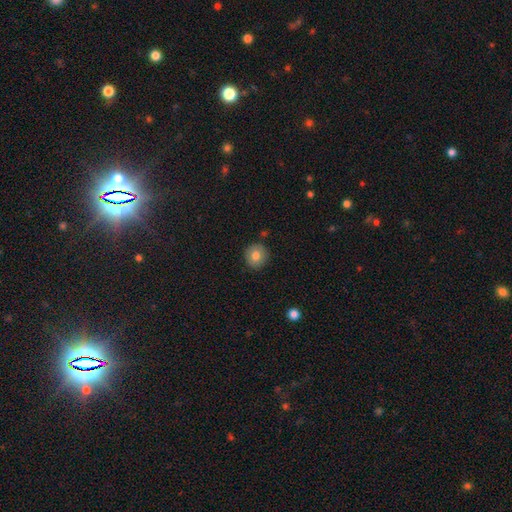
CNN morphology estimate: A smooth galaxy with no disk features (78%) that is round (91%). Merging: none (87%).